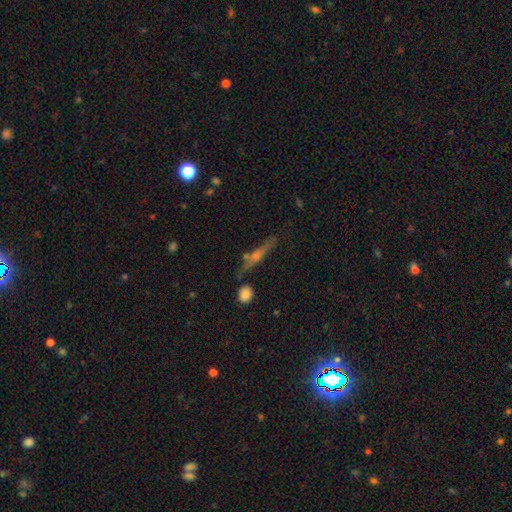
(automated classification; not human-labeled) A featured or disk galaxy (61%) viewed edge-on (92%) with a rounded central bulge (71%).

Vote fractions:
- Smooth or featured? featured or disk: 61% / smooth: 25% / star or artifact: 14%
- Edge-on disk? yes: 92% / no: 8%
- Edge-on bulge? rounded: 71% / none: 21% / boxy: 9%
- Merging? none: 76% / minor disturbance: 13% / merger: 7% / major disturbance: 4%